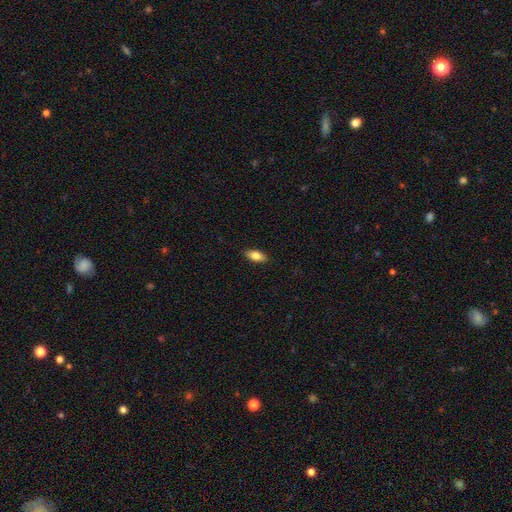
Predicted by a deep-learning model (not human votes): Smooth or featured? Predicted: smooth (p=0.81). How rounded? Predicted: in between (p=0.86). Merging? Predicted: none (p=0.89).